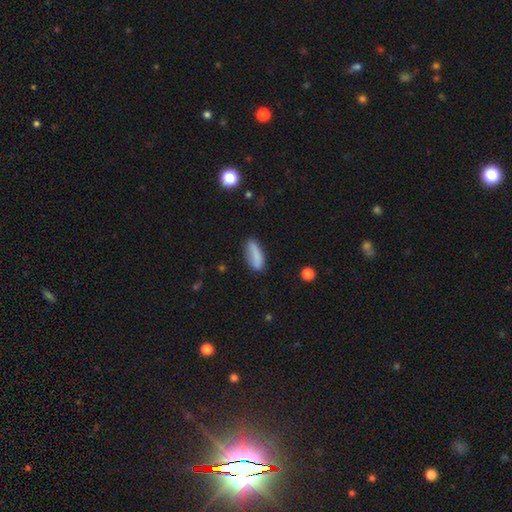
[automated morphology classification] A smooth galaxy with no disk features (82%) that is in between round and cigar-shaped (61%). Merging: none (69%).